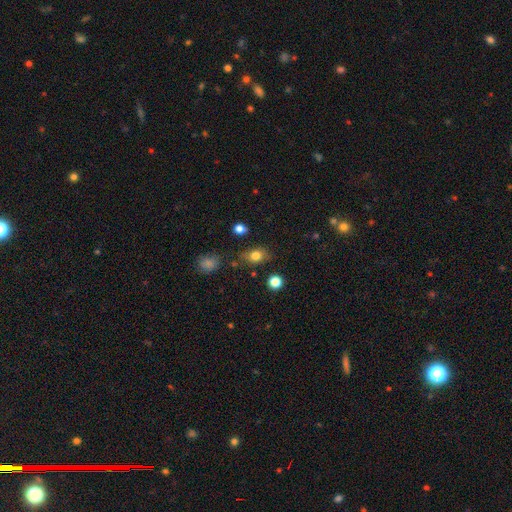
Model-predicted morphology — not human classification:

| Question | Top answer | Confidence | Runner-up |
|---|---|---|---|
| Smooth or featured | smooth | 79% | star or artifact (12%) |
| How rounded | in between | 63% | round (34%) |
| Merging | none | 73% | minor disturbance (18%) |